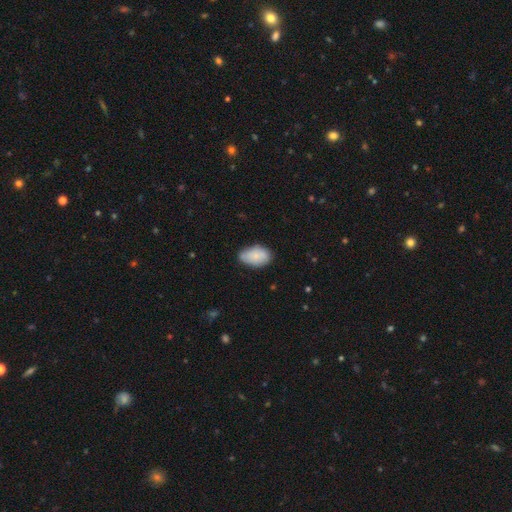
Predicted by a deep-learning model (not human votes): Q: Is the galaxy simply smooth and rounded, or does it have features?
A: smooth — 81%.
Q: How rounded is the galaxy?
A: in between — 92%.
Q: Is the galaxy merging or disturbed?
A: none — 62%.